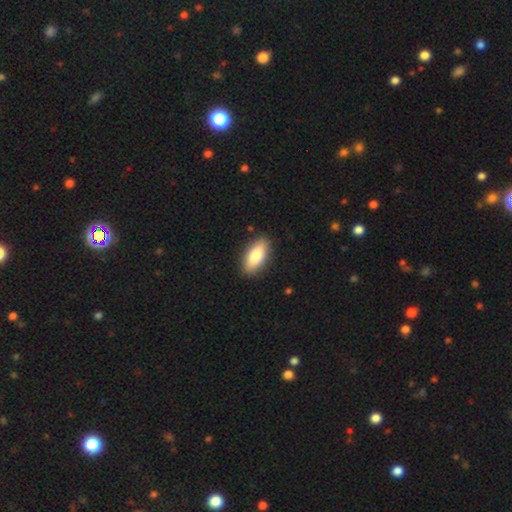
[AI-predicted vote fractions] Smooth or featured? Predicted: smooth (p=0.79). How rounded? Predicted: in between (p=0.85). Merging? Predicted: none (p=0.88).